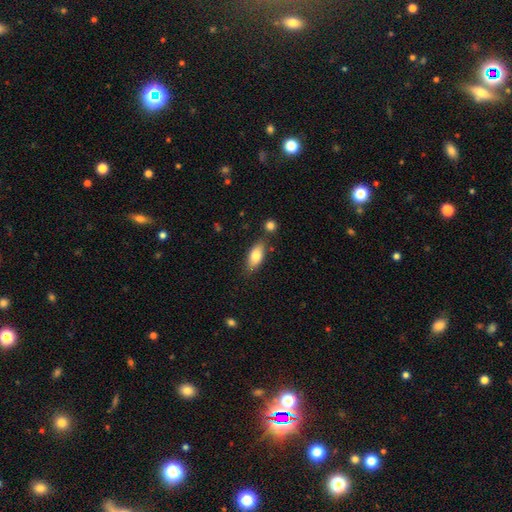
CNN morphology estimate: This is likely a smooth galaxy (77%). How rounded: clearly in between (83%). Merging: likely none (75%).